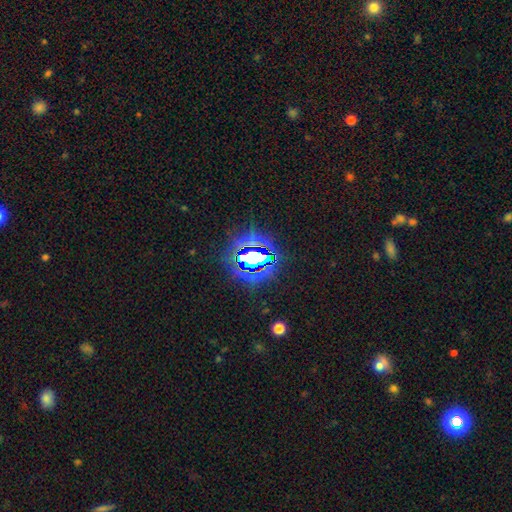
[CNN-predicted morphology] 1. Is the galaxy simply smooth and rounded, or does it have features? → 75% star or artifact, 14% smooth, 11% featured or disk.